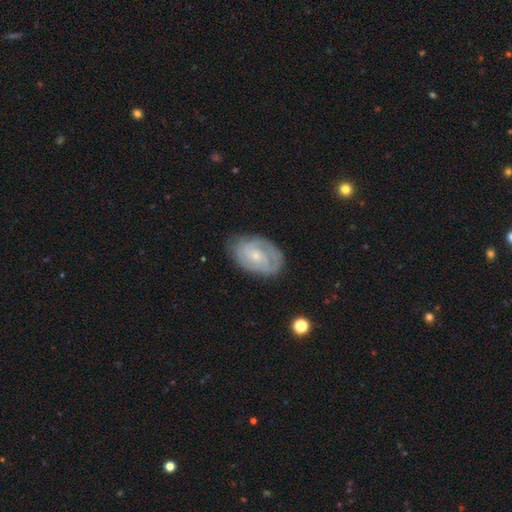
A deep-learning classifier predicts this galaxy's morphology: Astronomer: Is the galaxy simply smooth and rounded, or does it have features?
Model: featured or disk — 75%.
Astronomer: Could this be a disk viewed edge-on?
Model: no — 96%.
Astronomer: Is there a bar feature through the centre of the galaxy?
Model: no — 67%.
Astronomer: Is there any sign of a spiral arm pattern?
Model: yes — 90%.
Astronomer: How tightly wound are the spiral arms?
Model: tight — 65%.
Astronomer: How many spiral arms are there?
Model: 2 — 44% (runner-up: can't tell, 34%).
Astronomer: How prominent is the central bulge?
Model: small — 70%.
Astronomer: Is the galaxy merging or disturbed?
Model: none — 75%.